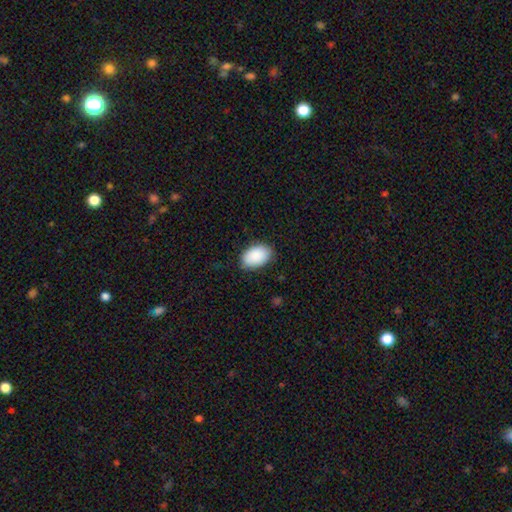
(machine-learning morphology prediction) Smooth or featured? smooth (90%)
How rounded? in between (91%)
Merging? none (83%)